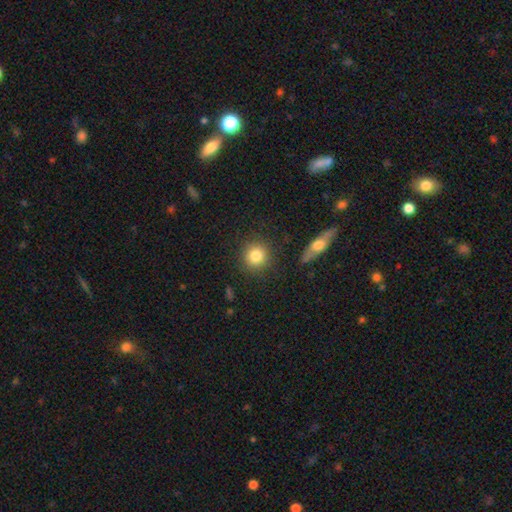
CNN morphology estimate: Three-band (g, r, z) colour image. It shows a smooth galaxy with no disk features (83%) that is round (90%). Merging: none (87%).